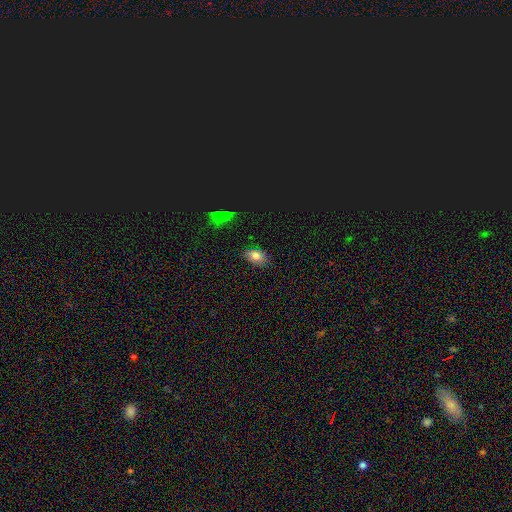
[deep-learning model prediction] A smooth galaxy with no disk features (77%) that is in between round and cigar-shaped (83%). Merging: none (81%).